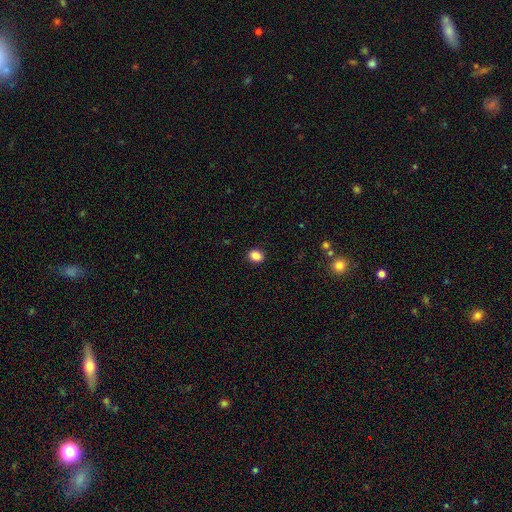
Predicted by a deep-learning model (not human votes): smooth-or-featured: smooth: 87% | star or artifact: 10% | featured or disk: 3%
  how-rounded: in between: 54% | round: 45% | cigar-shaped: 1%
  merging: none: 91% | minor disturbance: 7% | major disturbance: 2% | merger: 1%